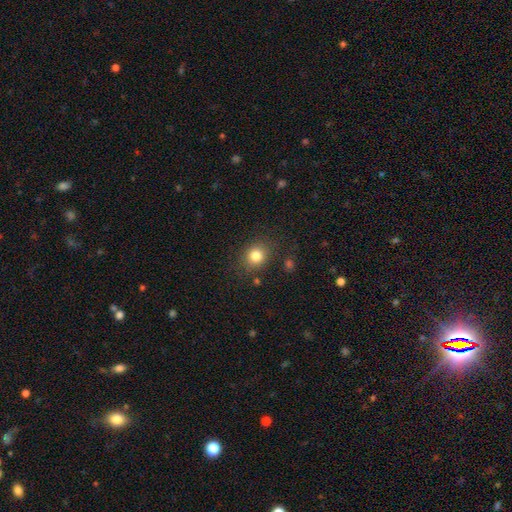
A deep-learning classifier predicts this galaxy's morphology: Overall: smooth (81%). How rounded: round (76%). Merging: none (83%).